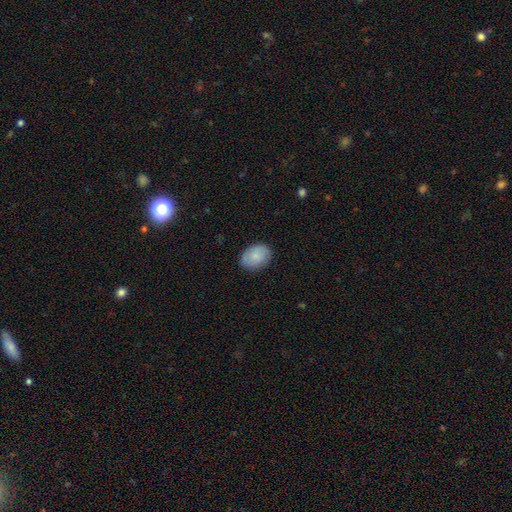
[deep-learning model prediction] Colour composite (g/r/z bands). It shows a smooth galaxy with no disk features (82%) that is in between round and cigar-shaped (77%). Merging: none (85%).